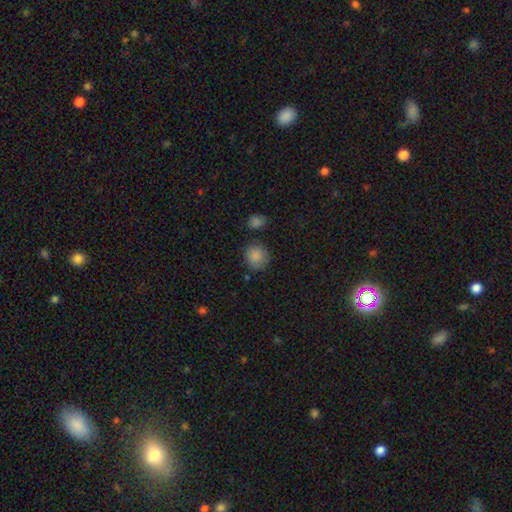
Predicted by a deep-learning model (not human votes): A smooth galaxy with no disk features (87%) that is round (86%).

Vote fractions:
- Smooth or featured? smooth: 87% / star or artifact: 9% / featured or disk: 5%
- How rounded? round: 86% / in between: 13% / cigar-shaped: 1%
- Merging? none: 78% / minor disturbance: 13% / merger: 5% / major disturbance: 4%